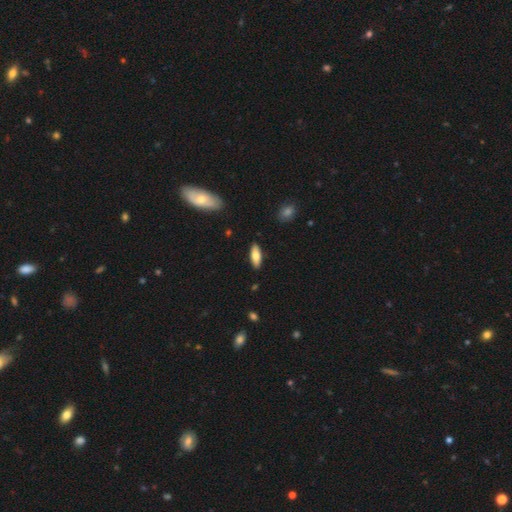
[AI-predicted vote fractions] Smooth or featured? Predicted: smooth (p=0.73). How rounded? Predicted: in between (p=0.67). Merging? Predicted: none (p=0.88).